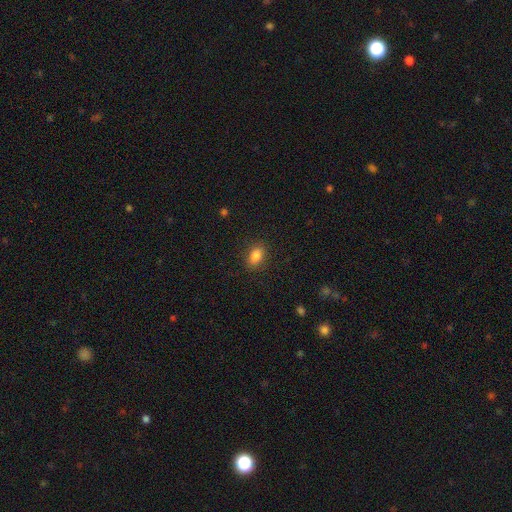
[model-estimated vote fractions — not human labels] Smooth or featured: smooth — 84% (star or artifact — 10%)
How rounded: in between — 81% (round — 17%)
Merging: none — 87% (minor disturbance — 9%)